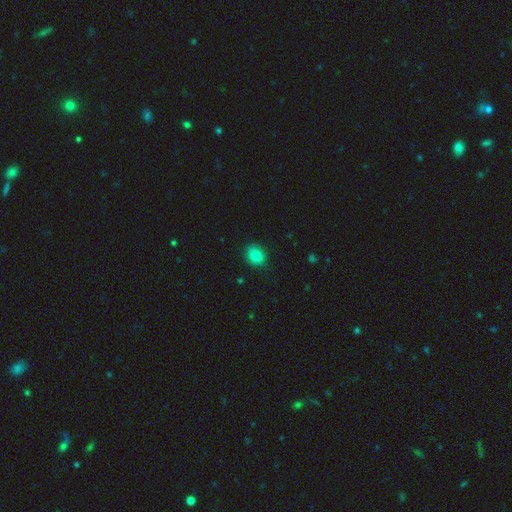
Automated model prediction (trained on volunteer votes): Smooth or featured? smooth (83%)
How rounded? round (55%)
Merging? none (88%)